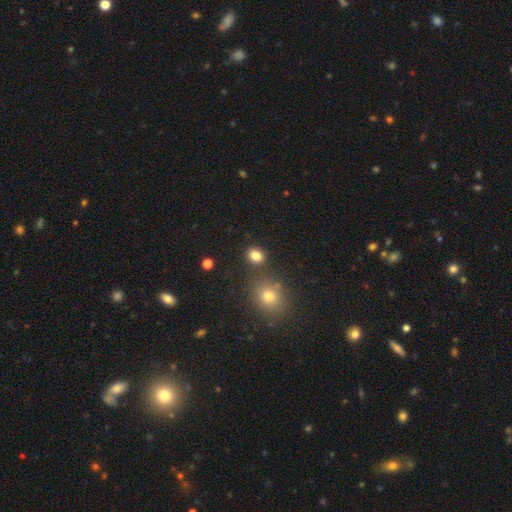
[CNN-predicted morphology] A smooth galaxy with no disk features (82%) that is round (66%).

Vote fractions:
- Smooth or featured? smooth: 82% / star or artifact: 13% / featured or disk: 5%
- How rounded? round: 66% / in between: 33% / cigar-shaped: 1%
- Merging? none: 81% / minor disturbance: 9% / merger: 7% / major disturbance: 3%